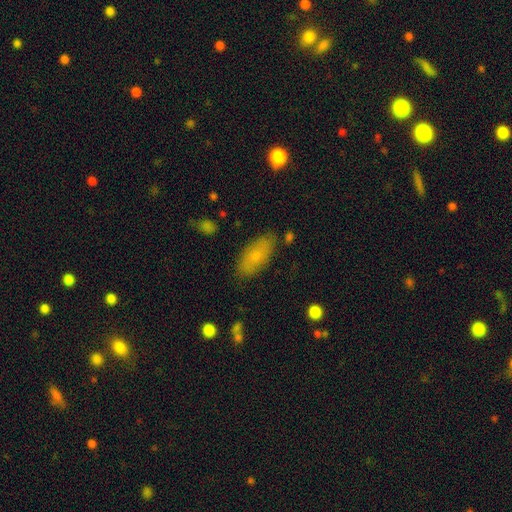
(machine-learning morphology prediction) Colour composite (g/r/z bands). It shows a smooth galaxy with no disk features (75%) that is in between round and cigar-shaped (86%). Merging: none (82%).